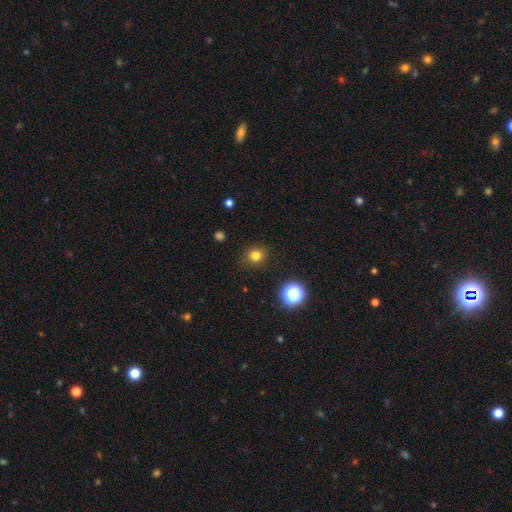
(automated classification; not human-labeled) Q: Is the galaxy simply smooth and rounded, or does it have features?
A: smooth — 79%.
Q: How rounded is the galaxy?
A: round — 83%.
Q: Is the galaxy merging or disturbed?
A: none — 87%.